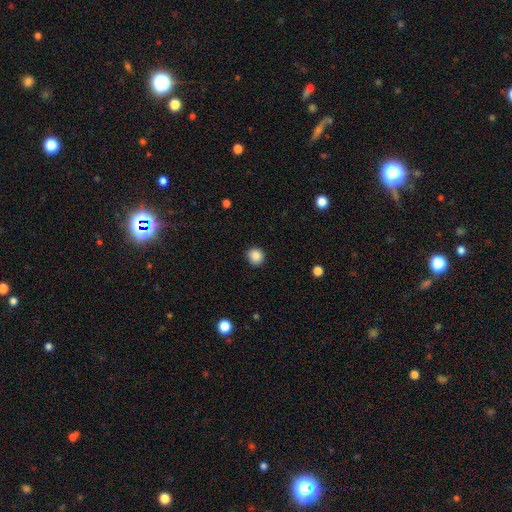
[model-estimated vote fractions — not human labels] Smooth or featured?
  - smooth: 87% *
  - star or artifact: 10%
  - featured or disk: 3%
How rounded?
  - round: 90% *
  - in between: 9%
  - cigar-shaped: 1%
Merging?
  - none: 90% *
  - minor disturbance: 7%
  - major disturbance: 2%
  - merger: 1%